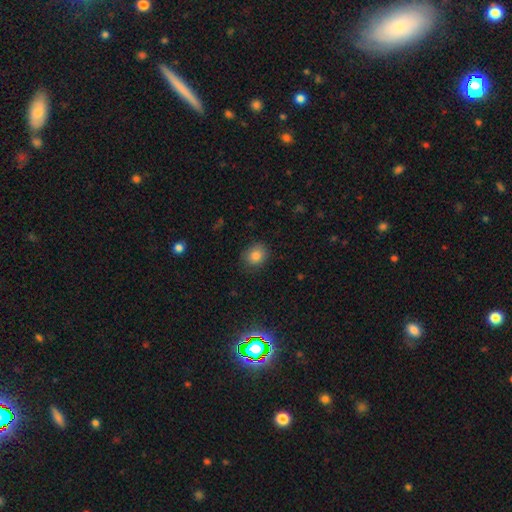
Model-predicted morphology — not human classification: Smooth or featured: smooth — 84% (star or artifact — 11%)
How rounded: round — 62% (in between — 37%)
Merging: none — 82% (minor disturbance — 13%)